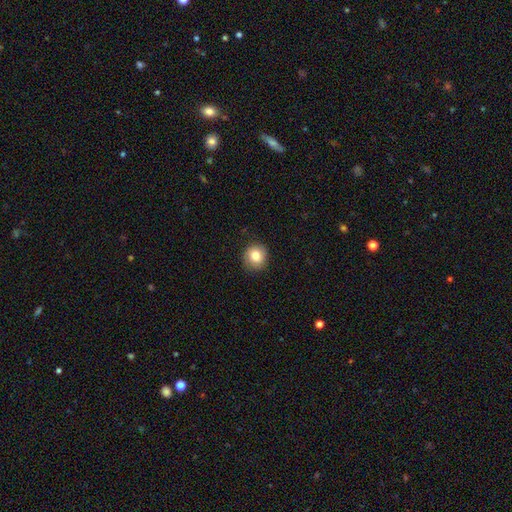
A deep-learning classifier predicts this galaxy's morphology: Overall: smooth (82%). How rounded: round (89%). Merging: none (87%).